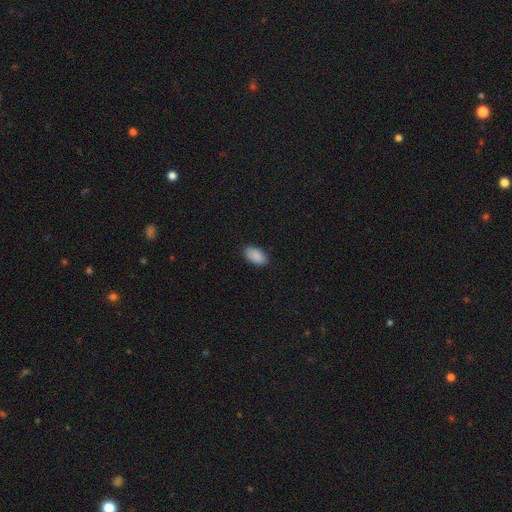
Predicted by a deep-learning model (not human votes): Q: Smooth or featured?
A: smooth (90%); runner-up: star or artifact (7%)
Q: How rounded?
A: in between (95%); runner-up: round (4%)
Q: Merging?
A: none (87%); runner-up: minor disturbance (10%)